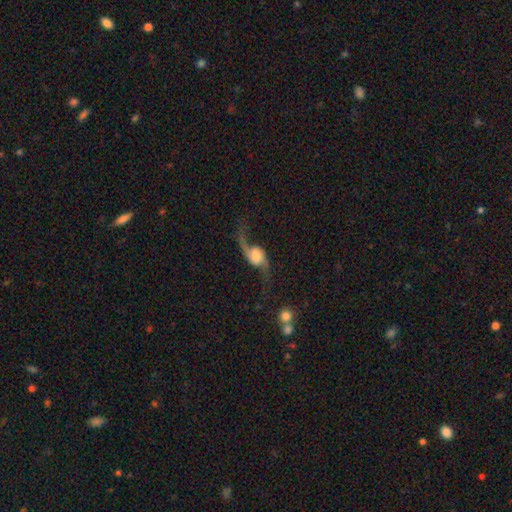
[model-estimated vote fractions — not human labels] Smooth or featured?
  - featured or disk: 83% *
  - smooth: 11%
  - star or artifact: 6%
Edge-on disk?
  - no: 94% *
  - yes: 6%
Bar?
  - no: 59% *
  - weak: 31%
  - strong: 10%
Spiral arms?
  - yes: 96% *
  - no: 4%
Spiral winding?
  - loose: 92% *
  - medium: 6%
  - tight: 2%
Spiral arm count?
  - 2: 92% *
  - 1: 4%
  - can't tell: 1%
  - 3: 1%
  - 4: 1%
  - more than 4: 1%
Bulge size?
  - large: 32% *
  - moderate: 21%
  - dominant: 20%
  - small: 16%
  - none: 12%
Merging?
  - none: 60% *
  - major disturbance: 19%
  - minor disturbance: 17%
  - merger: 5%